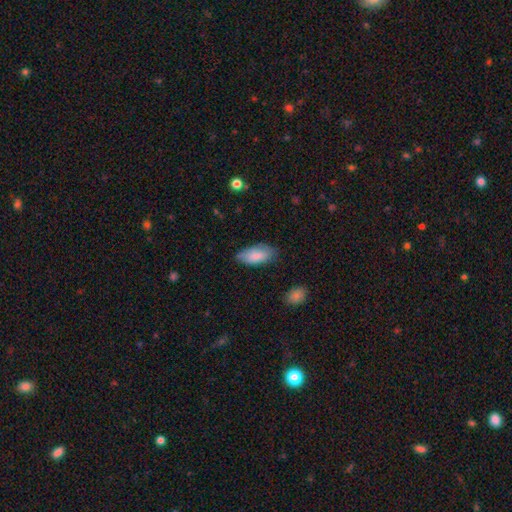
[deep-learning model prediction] This appears to be a smooth galaxy with no disk features (84%) that is in between round and cigar-shaped (88%). Merging: none (72%).